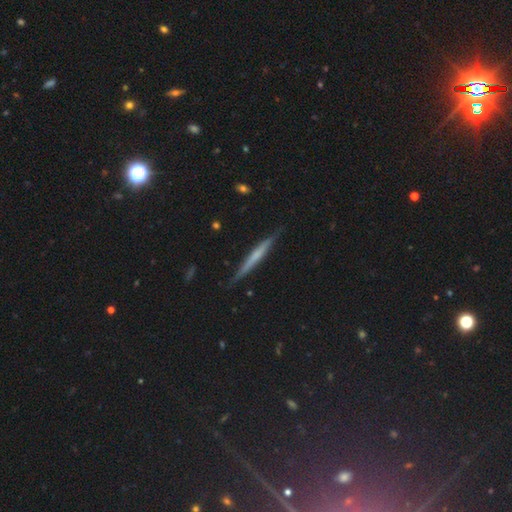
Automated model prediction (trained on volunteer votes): This appears to be a featured or disk galaxy (56%) viewed edge-on (97%) with no central bulge (70%). Merging: none (85%).